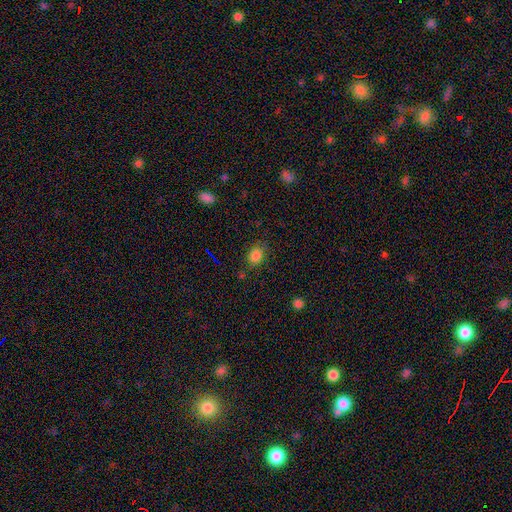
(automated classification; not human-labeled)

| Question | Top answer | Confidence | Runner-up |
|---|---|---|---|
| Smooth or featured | smooth | 82% | star or artifact (13%) |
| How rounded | in between | 53% | round (46%) |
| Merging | none | 76% | minor disturbance (16%) |